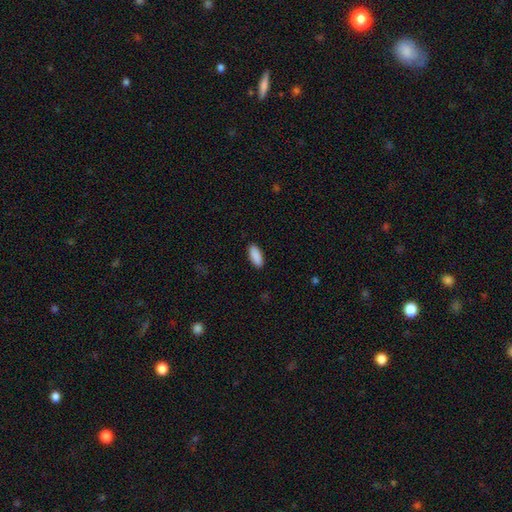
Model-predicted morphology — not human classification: smooth_or_featured: smooth (p=0.91) [alt: star or artifact p=0.06]
how_rounded: in between (p=0.84) [alt: cigar-shaped p=0.15]
merging: none (p=0.90) [alt: minor disturbance p=0.07]